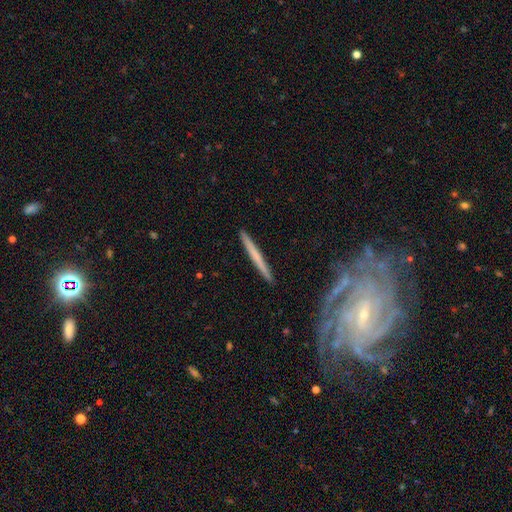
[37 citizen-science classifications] Smooth or featured: featured or disk — 51% (smooth — 43%)
Edge-on disk: yes — 74% (no — 26%)
Edge-on bulge: none — 79% (rounded — 14%)
Merging: none — 97% (minor disturbance — 3%)